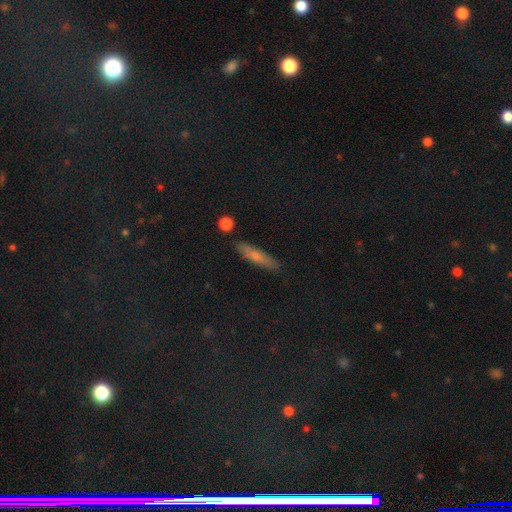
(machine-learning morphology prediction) Smooth or featured? smooth (62%)
How rounded? cigar-shaped (82%)
Merging? none (87%)